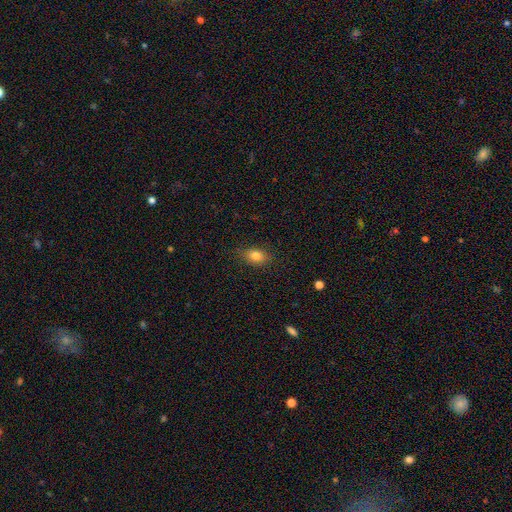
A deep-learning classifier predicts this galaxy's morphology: Overall: smooth (81%). How rounded: in between (77%). Merging: none (82%).